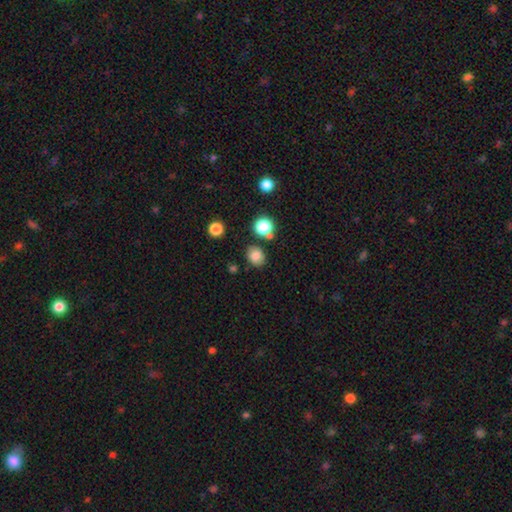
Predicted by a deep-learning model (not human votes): smooth_or_featured: smooth (p=0.81) [alt: star or artifact p=0.13]
how_rounded: round (p=0.54) [alt: in between p=0.46]
merging: none (p=0.77) [alt: minor disturbance p=0.12]